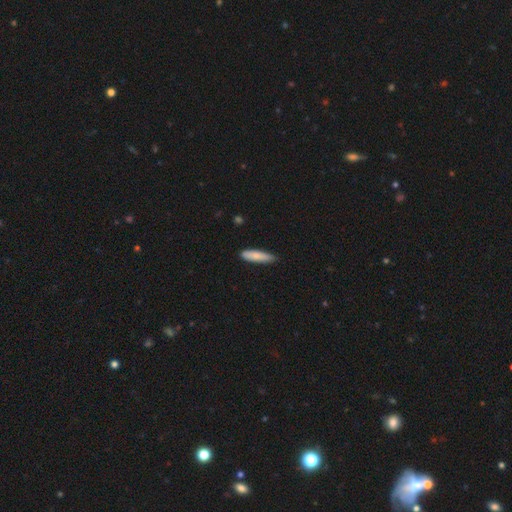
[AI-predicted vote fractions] Overall: smooth (80%). How rounded: cigar-shaped (76%). Merging: none (82%).